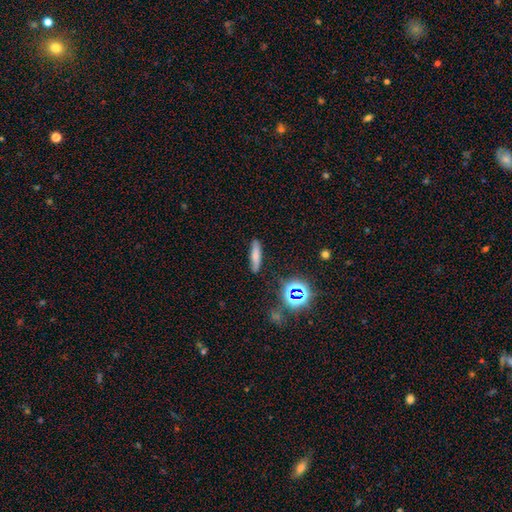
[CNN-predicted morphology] Q: Smooth or featured?
A: smooth (69%); runner-up: featured or disk (16%)
Q: How rounded?
A: cigar-shaped (80%); runner-up: in between (17%)
Q: Merging?
A: none (84%); runner-up: minor disturbance (11%)